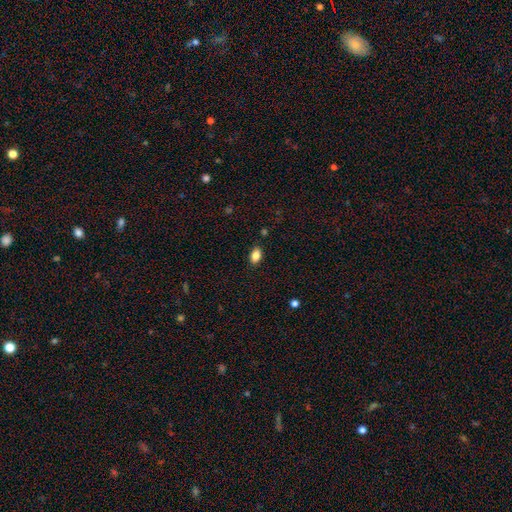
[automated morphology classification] A smooth galaxy with no disk features (85%) that is in between round and cigar-shaped (86%).

Vote fractions:
- Smooth or featured? smooth: 85% / star or artifact: 9% / featured or disk: 6%
- How rounded? in between: 86% / round: 12% / cigar-shaped: 2%
- Merging? none: 87% / minor disturbance: 10% / major disturbance: 2% / merger: 1%